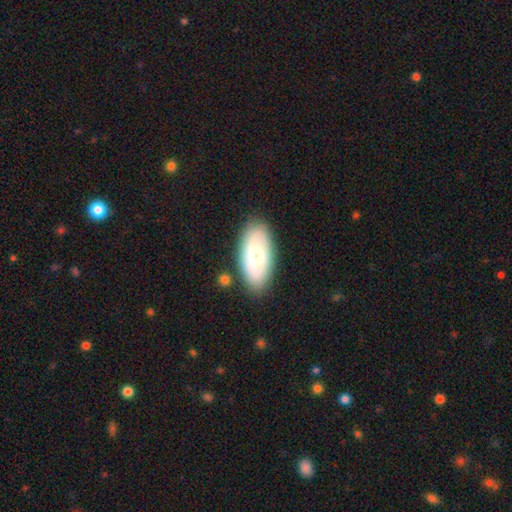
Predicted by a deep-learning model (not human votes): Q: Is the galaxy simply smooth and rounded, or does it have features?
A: smooth — 58%.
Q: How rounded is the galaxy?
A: in between — 91%.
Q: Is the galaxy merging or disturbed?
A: none — 85%.